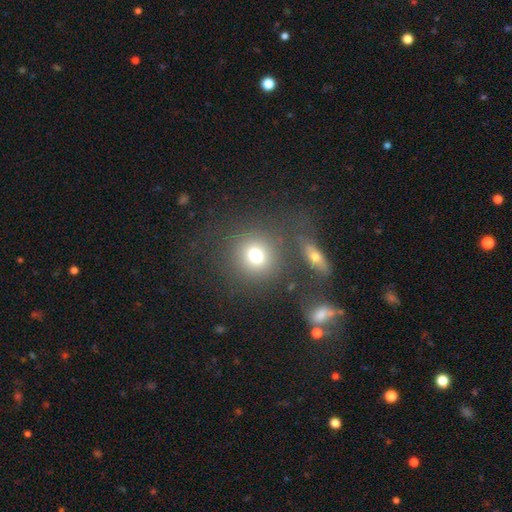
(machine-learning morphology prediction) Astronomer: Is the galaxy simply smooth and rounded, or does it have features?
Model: smooth — 74%.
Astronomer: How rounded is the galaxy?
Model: round — 83%.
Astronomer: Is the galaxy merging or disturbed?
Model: none — 74%.